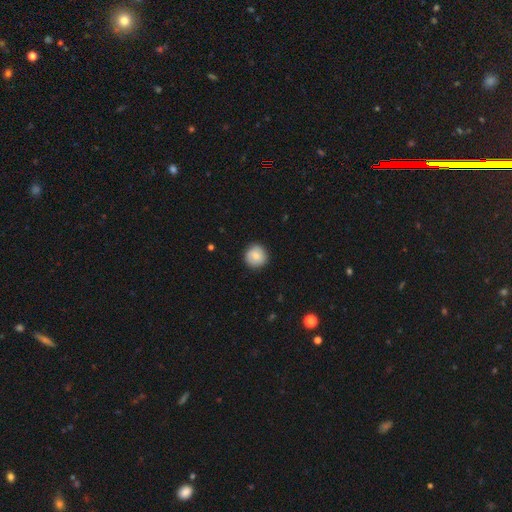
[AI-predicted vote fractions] Overall: smooth (75%). How rounded: round (94%). Merging: none (87%).